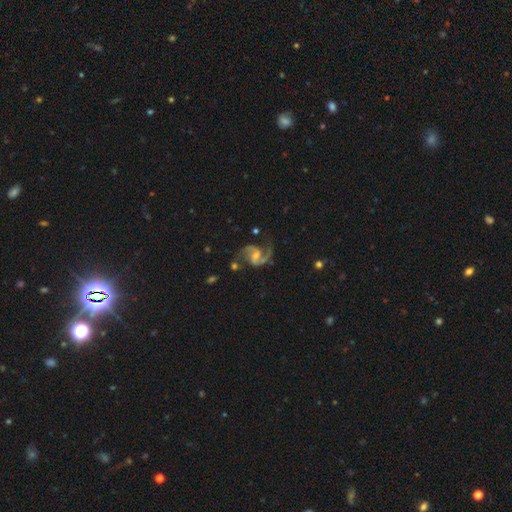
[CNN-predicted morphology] smooth_or_featured: featured or disk (p=0.92) [alt: star or artifact p=0.05]
disk_edge_on: no (p=0.98) [alt: yes p=0.02]
bar: weak (p=0.51) [alt: no p=0.31]
has_spiral_arms: yes (p=0.98) [alt: no p=0.02]
spiral_winding: medium (p=0.55) [alt: loose p=0.35]
spiral_arm_count: 2 (p=0.93) [alt: 1 p=0.02]
bulge_size: small (p=0.50) [alt: moderate p=0.37]
merging: none (p=0.69) [alt: minor disturbance p=0.17]